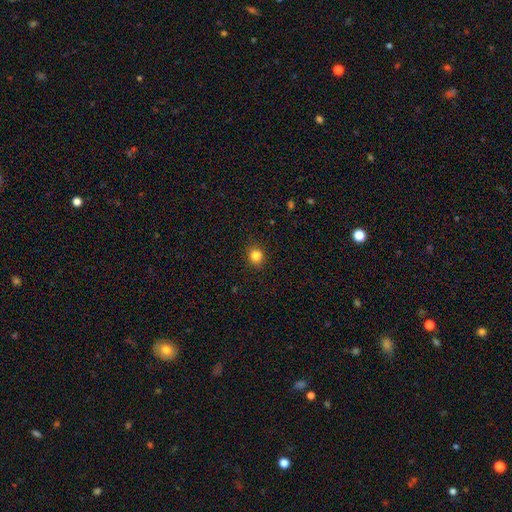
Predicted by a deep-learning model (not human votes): Smooth or featured: smooth — 84% (star or artifact — 12%)
How rounded: round — 83% (in between — 16%)
Merging: none — 89% (minor disturbance — 7%)